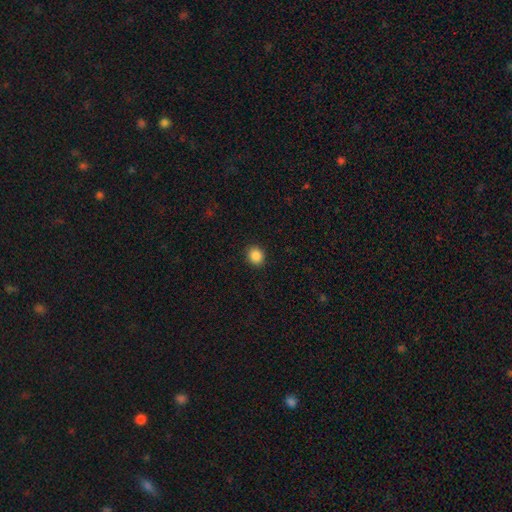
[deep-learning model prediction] smooth-or-featured: smooth: 88% | star or artifact: 9% | featured or disk: 3%
  how-rounded: round: 77% | in between: 22% | cigar-shaped: 1%
  merging: none: 91% | minor disturbance: 6% | major disturbance: 2% | merger: 1%